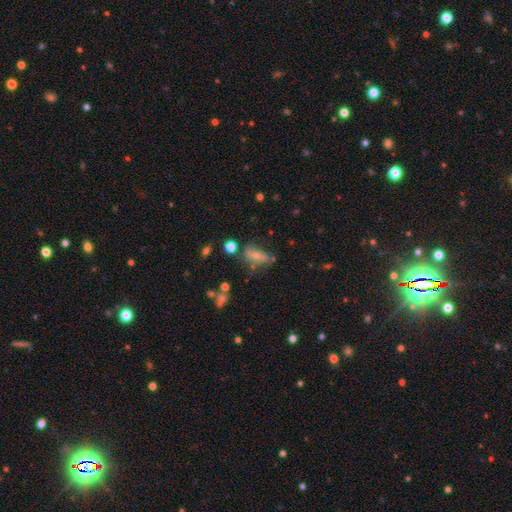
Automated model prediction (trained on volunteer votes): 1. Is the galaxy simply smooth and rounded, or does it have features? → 38% featured or disk, 34% smooth, 28% star or artifact.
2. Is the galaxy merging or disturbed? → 53% none, 22% minor disturbance, 16% major disturbance, 8% merger.